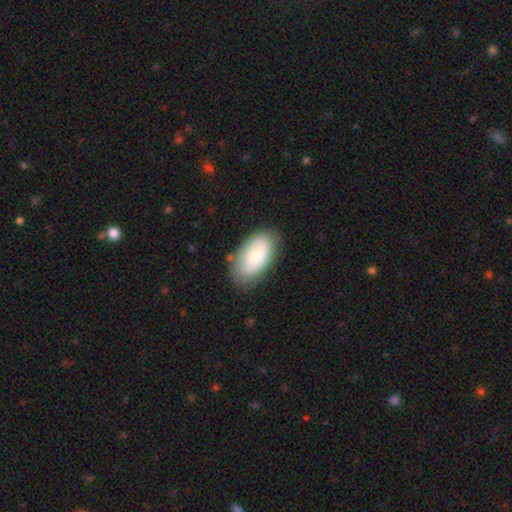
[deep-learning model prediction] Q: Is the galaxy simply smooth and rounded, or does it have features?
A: smooth — 73%.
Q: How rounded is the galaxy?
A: in between — 94%.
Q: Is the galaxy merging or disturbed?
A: none — 78%.